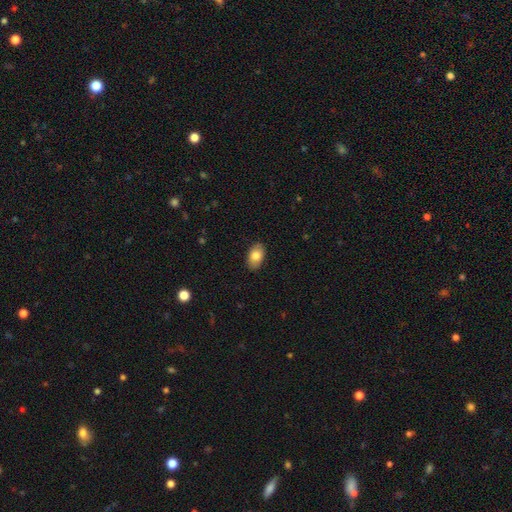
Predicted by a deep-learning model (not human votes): Morphology: type=smooth (81%); roundness=in between (92%); merging=none (88%).